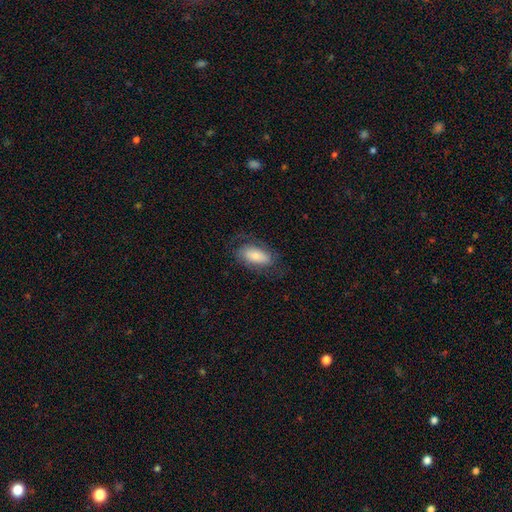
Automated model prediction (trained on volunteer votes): A smooth galaxy with no disk features (68%) that is in between round and cigar-shaped (90%).

Vote fractions:
- Smooth or featured? smooth: 68% / featured or disk: 25% / star or artifact: 7%
- How rounded? in between: 90% / cigar-shaped: 7% / round: 4%
- Merging? none: 69% / minor disturbance: 19% / major disturbance: 11% / merger: 1%